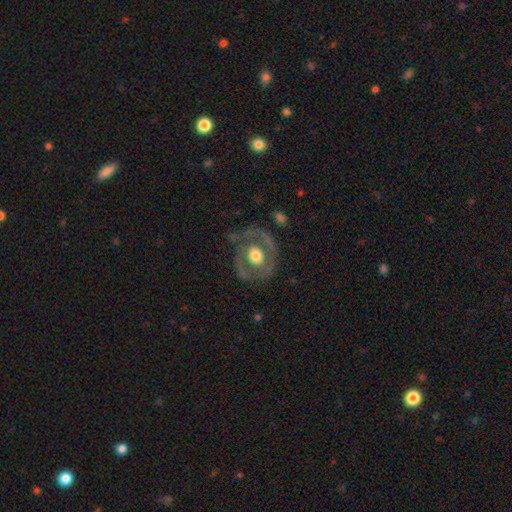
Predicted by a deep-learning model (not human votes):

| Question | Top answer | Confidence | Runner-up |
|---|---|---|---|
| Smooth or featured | featured or disk | 68% | smooth (27%) |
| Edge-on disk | no | 96% | yes (4%) |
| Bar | no | 79% | weak (16%) |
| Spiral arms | no | 53% | yes (47%) |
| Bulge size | moderate | 52% | large (38%) |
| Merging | none | 66% | minor disturbance (18%) |